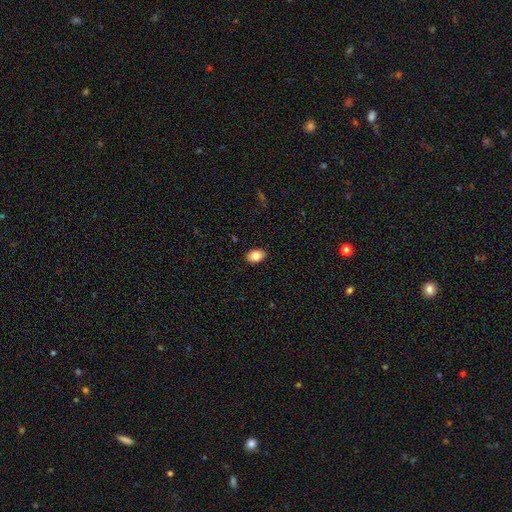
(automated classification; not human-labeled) Q: Smooth or featured?
A: smooth (84%); runner-up: featured or disk (8%)
Q: How rounded?
A: in between (84%); runner-up: round (14%)
Q: Merging?
A: none (89%); runner-up: minor disturbance (8%)